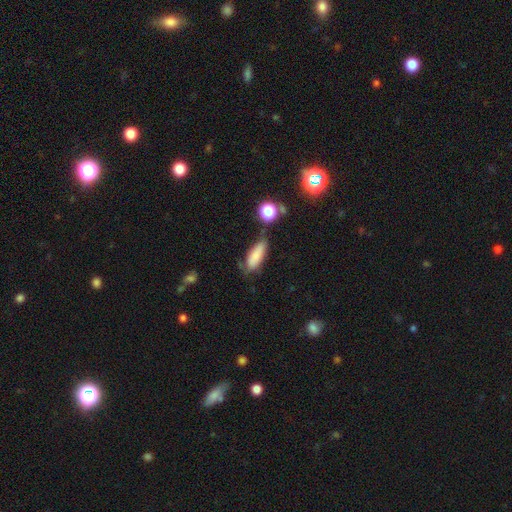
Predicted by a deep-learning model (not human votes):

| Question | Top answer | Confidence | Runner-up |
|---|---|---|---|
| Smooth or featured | smooth | 81% | featured or disk (10%) |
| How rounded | in between | 65% | cigar-shaped (33%) |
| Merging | none | 59% | minor disturbance (26%) |